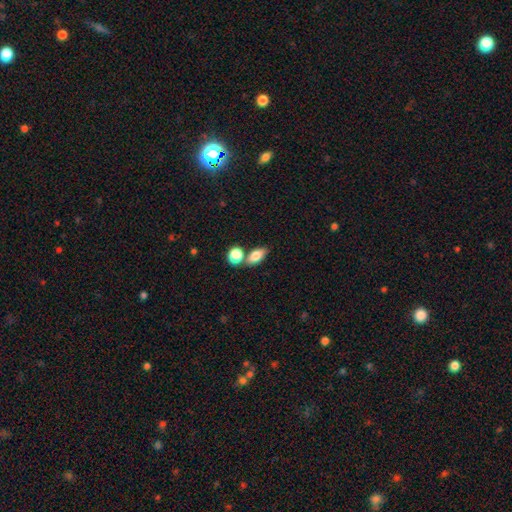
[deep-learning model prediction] This is clearly a smooth galaxy (80%). How rounded: clearly in between (82%). Merging: likely none (63%).